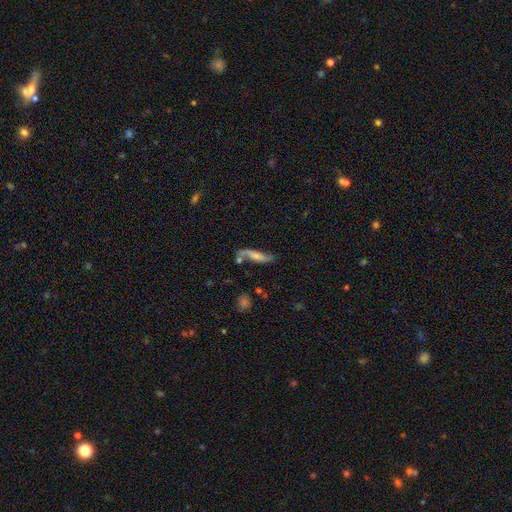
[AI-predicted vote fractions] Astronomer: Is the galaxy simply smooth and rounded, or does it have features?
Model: featured or disk — 51% (runner-up: smooth, 41%).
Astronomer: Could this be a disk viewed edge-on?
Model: no — 68%.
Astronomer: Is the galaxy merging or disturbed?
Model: none — 49%.